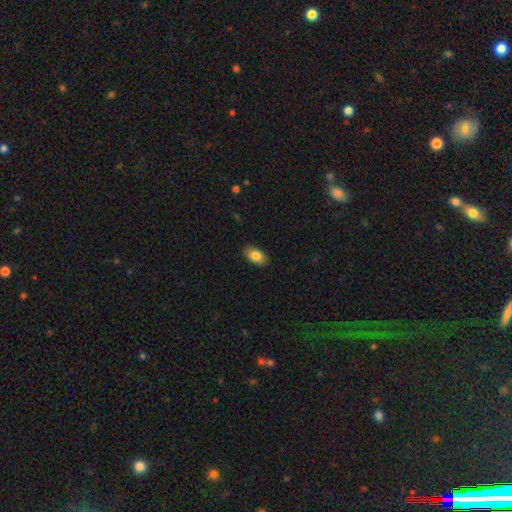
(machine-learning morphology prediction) Smooth or featured? smooth (85%)
How rounded? in between (93%)
Merging? none (88%)